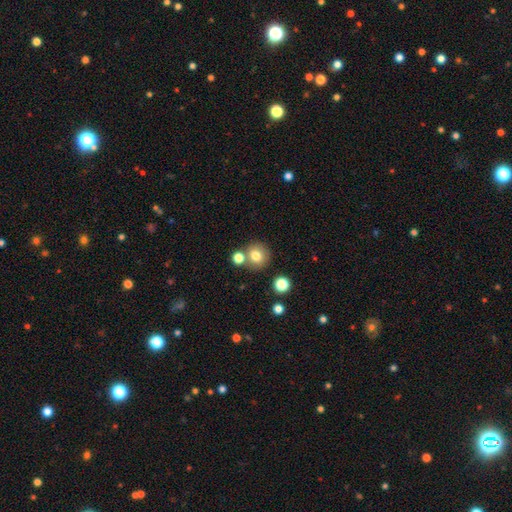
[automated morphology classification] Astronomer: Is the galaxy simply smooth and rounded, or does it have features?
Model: smooth — 77%.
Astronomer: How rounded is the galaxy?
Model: round — 90%.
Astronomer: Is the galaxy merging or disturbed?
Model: none — 72%.